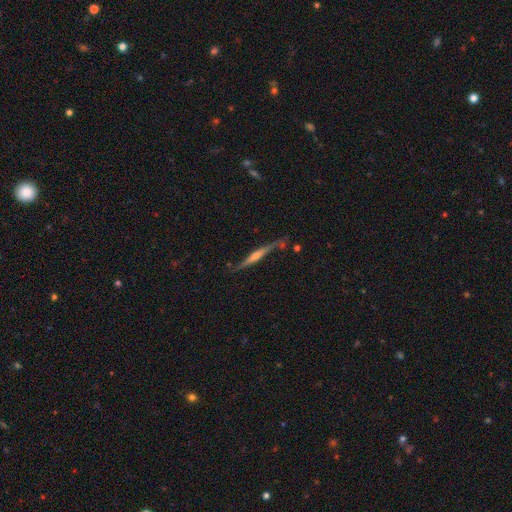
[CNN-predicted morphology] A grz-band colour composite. It shows a featured or disk galaxy (72%) viewed edge-on (94%) with a rounded central bulge (68%). Merging: none (68%).